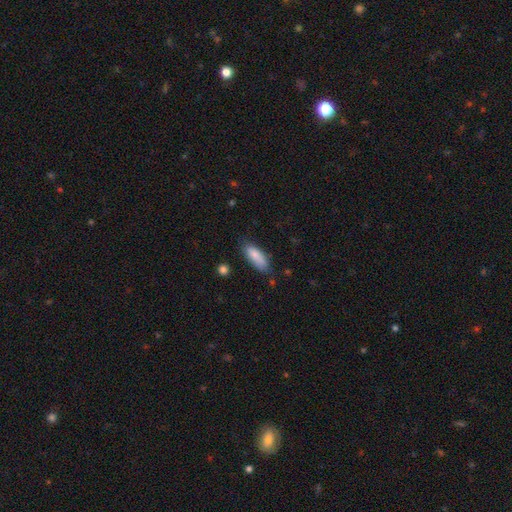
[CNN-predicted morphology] The model was most divided on "how rounded": in between: 71%, cigar-shaped: 27%, round: 2%. More confident: smooth or featured — smooth (86%); merging — none (73%).